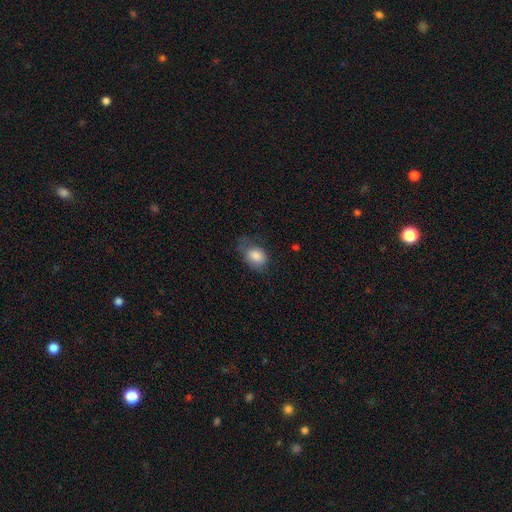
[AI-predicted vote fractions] This is clearly a smooth galaxy (84%). How rounded: likely in between (70%). Merging: possibly none (48%).